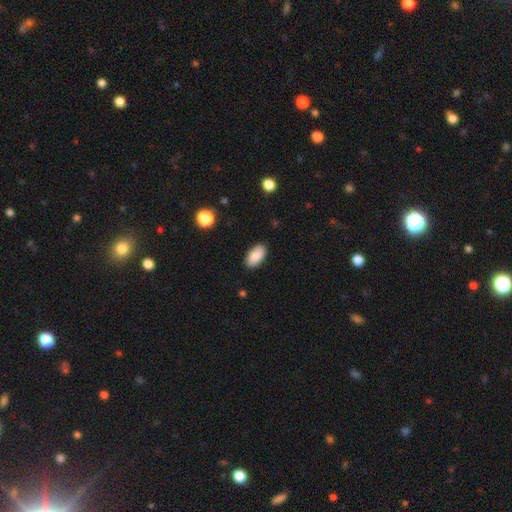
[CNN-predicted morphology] type=smooth (88%); roundness=in between (95%); merging=none (87%).